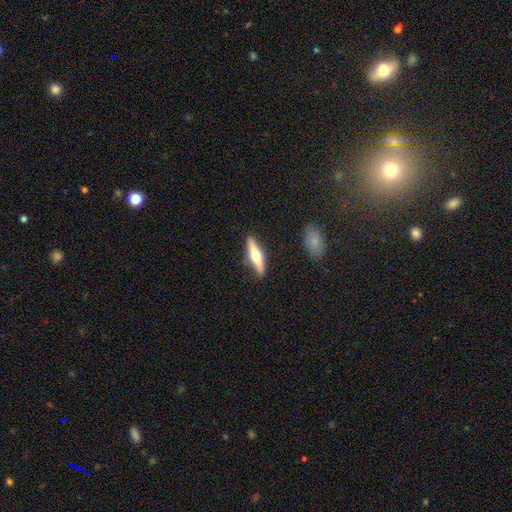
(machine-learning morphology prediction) This is possibly a featured or disk galaxy (59%). It is clearly viewed edge-on (95%). Edge-on bulge: clearly rounded (94%). Merging: clearly none (87%).